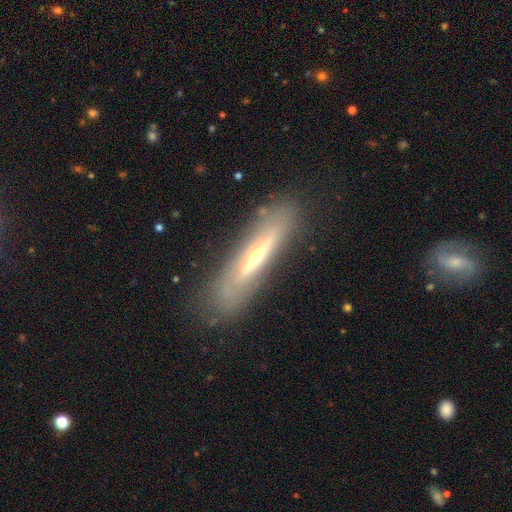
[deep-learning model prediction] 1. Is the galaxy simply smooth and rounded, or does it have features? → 64% featured or disk, 27% smooth, 8% star or artifact.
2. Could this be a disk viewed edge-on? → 70% yes, 30% no.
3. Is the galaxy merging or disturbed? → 78% none, 15% minor disturbance, 5% major disturbance, 2% merger.